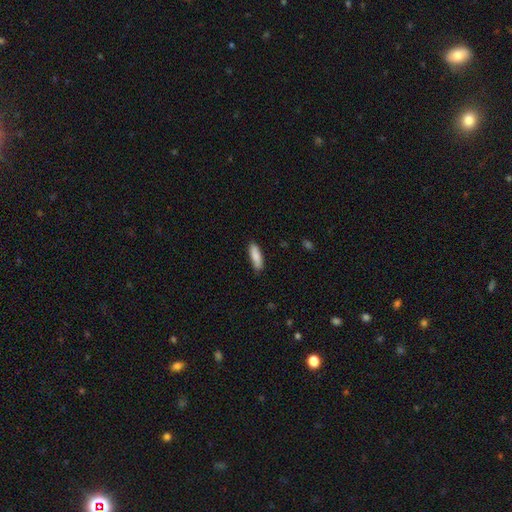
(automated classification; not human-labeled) Morphology: type=smooth (86%); roundness=cigar-shaped (54%); merging=none (83%).